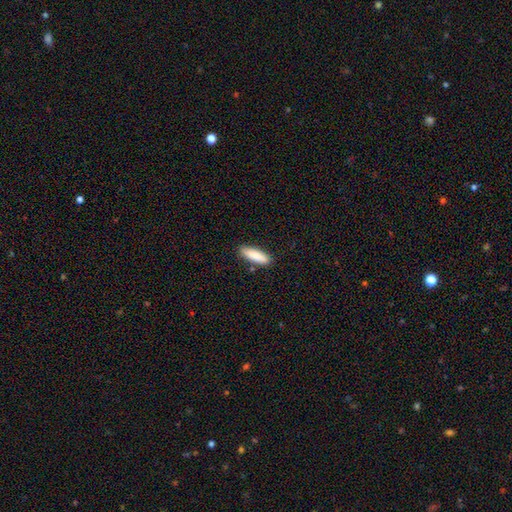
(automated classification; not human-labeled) smooth_or_featured: smooth (p=0.88) [alt: featured or disk p=0.07]
how_rounded: cigar-shaped (p=0.54) [alt: in between p=0.44]
merging: none (p=0.86) [alt: minor disturbance p=0.10]